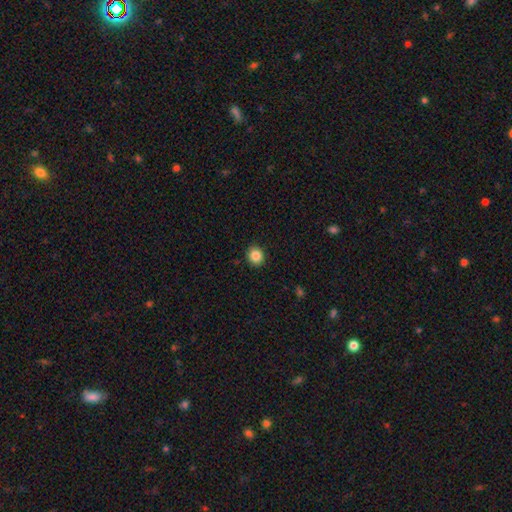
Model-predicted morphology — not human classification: This appears to be a smooth galaxy with no disk features (86%) that is round (81%). Merging: none (91%).